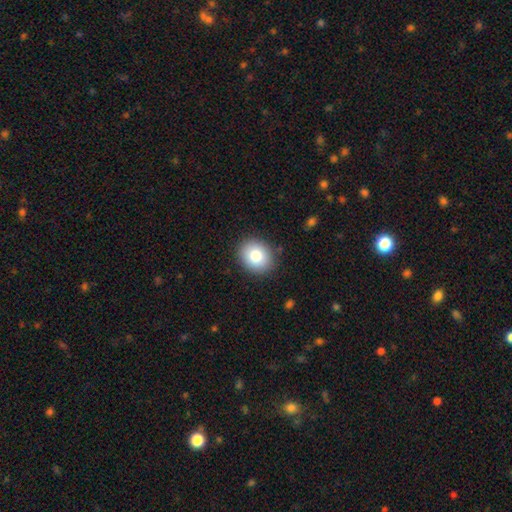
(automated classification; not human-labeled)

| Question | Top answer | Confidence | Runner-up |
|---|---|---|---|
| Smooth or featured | smooth | 82% | featured or disk (9%) |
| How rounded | round | 59% | in between (41%) |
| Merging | none | 88% | minor disturbance (9%) |